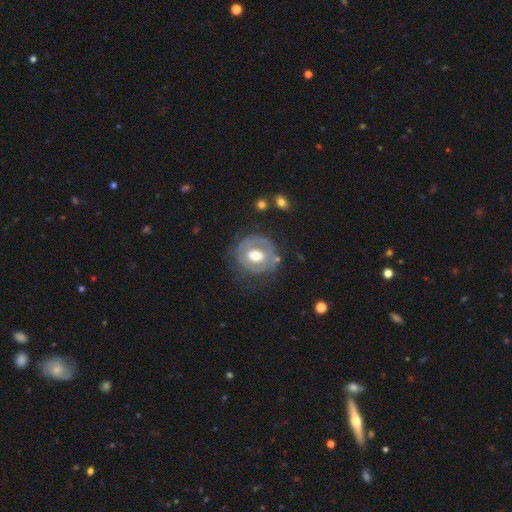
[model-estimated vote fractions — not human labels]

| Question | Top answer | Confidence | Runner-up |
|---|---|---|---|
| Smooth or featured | featured or disk | 59% | smooth (35%) |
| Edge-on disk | no | 96% | yes (4%) |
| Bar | no | 70% | weak (22%) |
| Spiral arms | no | 67% | yes (33%) |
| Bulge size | moderate | 62% | large (28%) |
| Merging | none | 63% | minor disturbance (21%) |